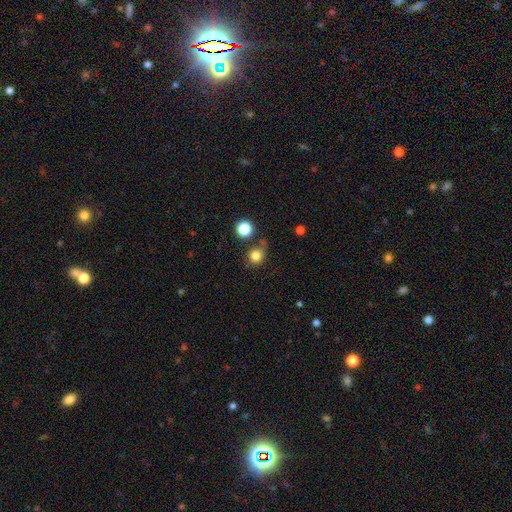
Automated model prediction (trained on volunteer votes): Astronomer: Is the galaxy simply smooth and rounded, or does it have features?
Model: smooth — 81%.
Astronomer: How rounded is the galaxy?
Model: round — 86%.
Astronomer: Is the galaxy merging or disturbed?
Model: none — 69%.